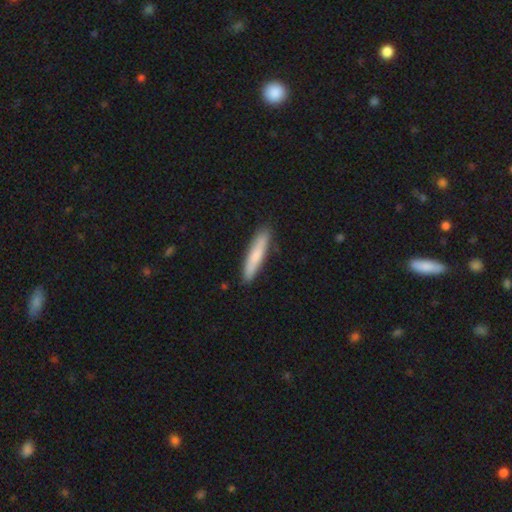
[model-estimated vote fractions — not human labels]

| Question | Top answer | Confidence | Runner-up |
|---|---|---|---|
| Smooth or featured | smooth | 75% | featured or disk (20%) |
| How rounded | cigar-shaped | 89% | in between (10%) |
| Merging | none | 88% | minor disturbance (10%) |